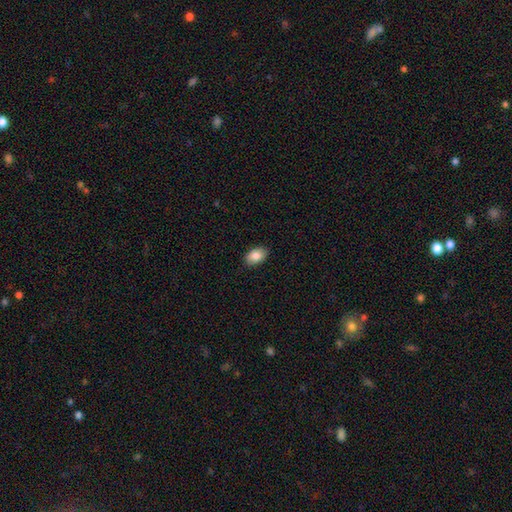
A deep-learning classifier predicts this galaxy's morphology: smooth_or_featured: smooth (p=0.84) [alt: featured or disk p=0.09]
how_rounded: in between (p=0.89) [alt: round p=0.09]
merging: none (p=0.89) [alt: minor disturbance p=0.08]